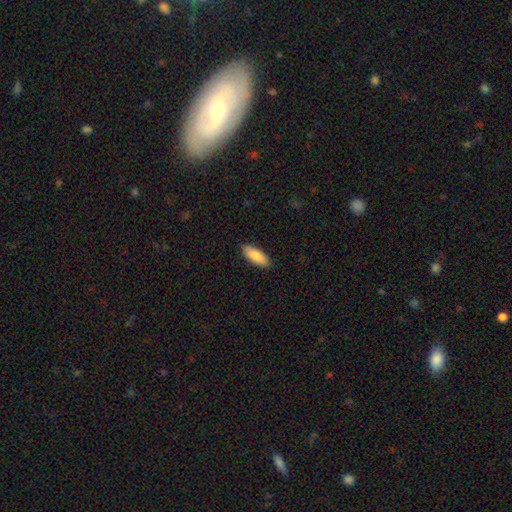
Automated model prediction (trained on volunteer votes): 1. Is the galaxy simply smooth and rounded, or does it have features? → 87% smooth, 7% featured or disk, 6% star or artifact.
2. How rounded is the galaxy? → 74% in between, 24% cigar-shaped, 2% round.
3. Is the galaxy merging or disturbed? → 89% none, 8% minor disturbance, 2% major disturbance, 1% merger.